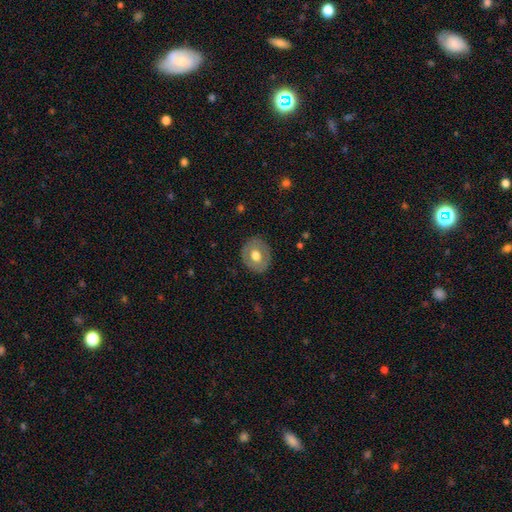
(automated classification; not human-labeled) smooth_or_featured: smooth (p=0.58) [alt: featured or disk p=0.35]
how_rounded: round (p=0.61) [alt: in between p=0.38]
merging: none (p=0.84) [alt: minor disturbance p=0.11]